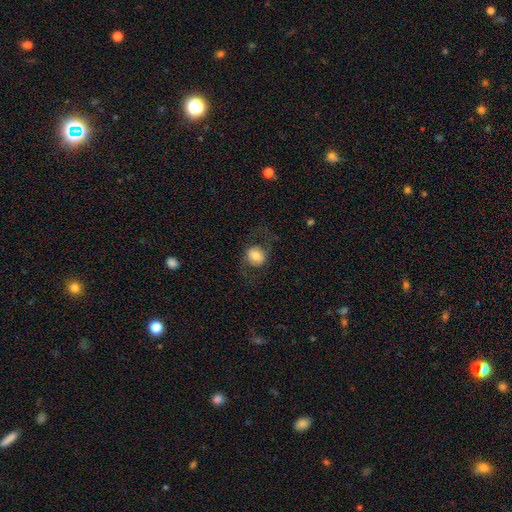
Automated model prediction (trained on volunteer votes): The model was most divided on "smooth or featured": smooth: 56%, featured or disk: 35%, star or artifact: 9%. More confident: how rounded — round (73%); merging — none (67%).